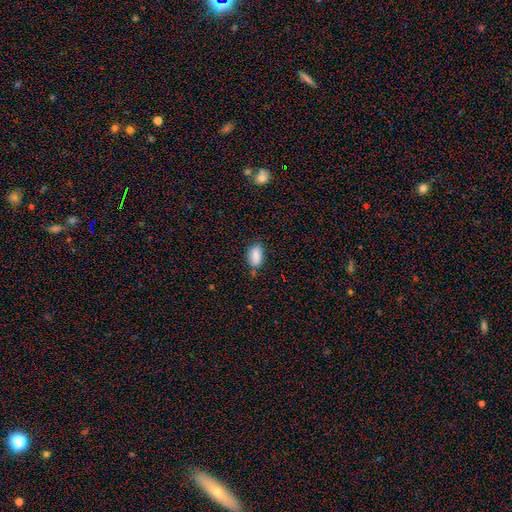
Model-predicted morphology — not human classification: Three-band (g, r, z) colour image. It shows a smooth galaxy with no disk features (79%) that is in between round and cigar-shaped (88%). Merging: none (74%).